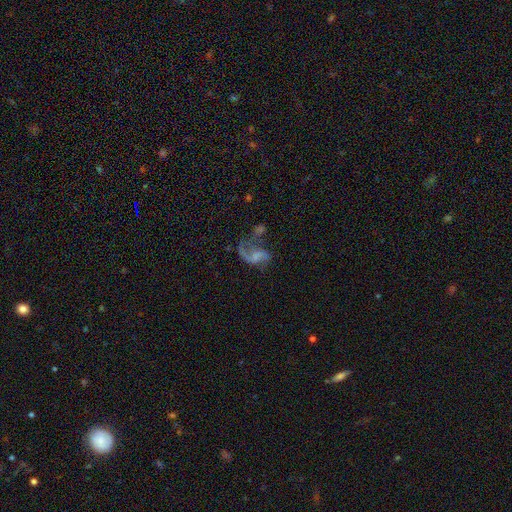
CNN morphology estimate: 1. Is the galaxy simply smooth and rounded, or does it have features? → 72% featured or disk, 18% smooth, 10% star or artifact.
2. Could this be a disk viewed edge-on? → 98% no, 2% yes.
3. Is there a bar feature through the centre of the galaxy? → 55% no, 37% weak, 8% strong.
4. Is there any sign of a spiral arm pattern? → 84% yes, 16% no.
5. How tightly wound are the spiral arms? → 71% loose, 24% medium, 5% tight.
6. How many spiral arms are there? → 62% 2, 28% 1, 5% can't tell, 2% 3, 1% 4, 1% more than 4.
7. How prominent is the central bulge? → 45% none, 32% small, 17% moderate, 4% large, 2% dominant.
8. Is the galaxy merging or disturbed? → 38% major disturbance, 26% none, 21% merger, 15% minor disturbance.